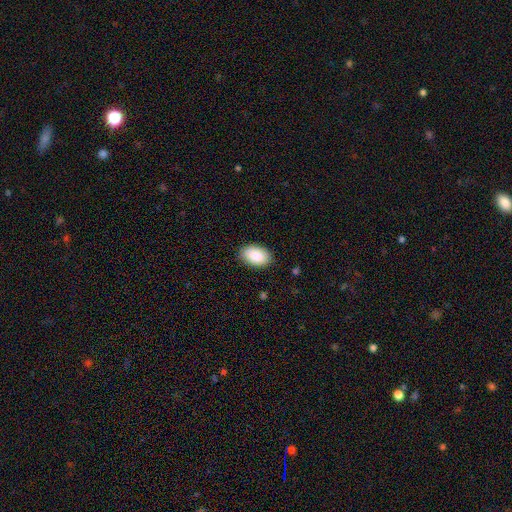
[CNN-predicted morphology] smooth-or-featured: smooth: 89% | star or artifact: 6% | featured or disk: 5%
  how-rounded: in between: 93% | round: 6% | cigar-shaped: 1%
  merging: none: 88% | minor disturbance: 9% | major disturbance: 2% | merger: 1%